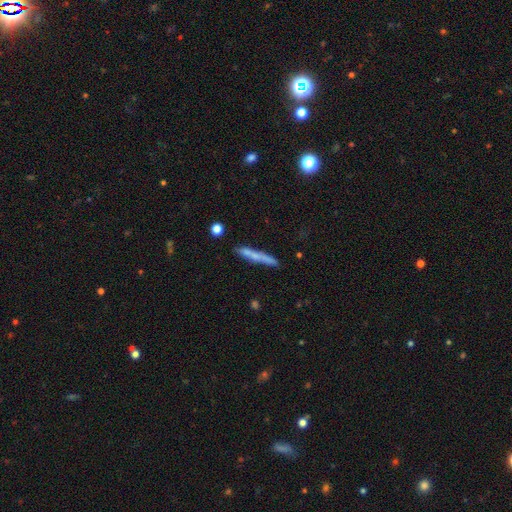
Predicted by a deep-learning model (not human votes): A smooth galaxy with no disk features (57%) that is cigar-shaped (95%). Merging: none (79%).